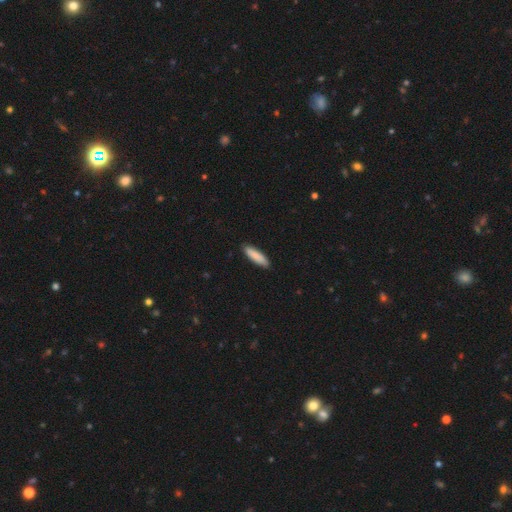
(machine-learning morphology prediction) Smooth or featured: smooth — 88% (featured or disk — 7%)
How rounded: cigar-shaped — 68% (in between — 30%)
Merging: none — 88% (minor disturbance — 9%)